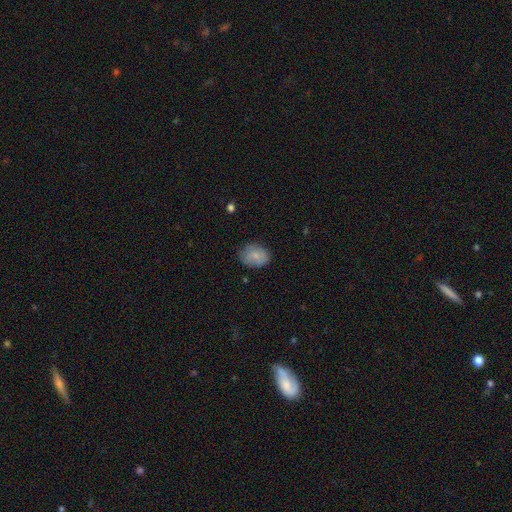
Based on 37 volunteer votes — Smooth or featured?
  - smooth: 65% *
  - featured or disk: 27%
  - star or artifact: 8%
How rounded?
  - round: 50% * (tied)
  - in between: 50% * (tied)
  - cigar-shaped: 0%
Merging?
  - none: 74% *
  - minor disturbance: 21%
  - major disturbance: 6%
  - merger: 0%